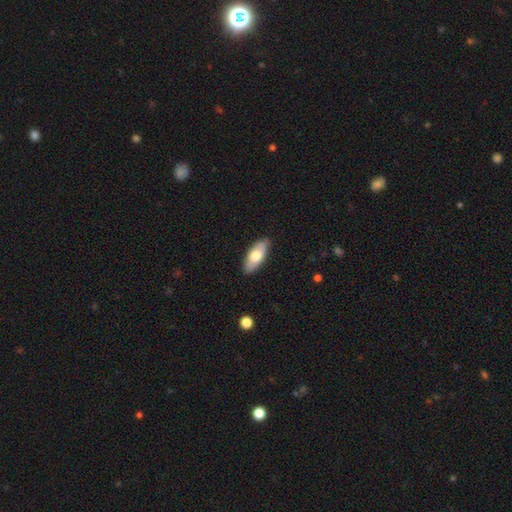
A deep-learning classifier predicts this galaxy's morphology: Smooth or featured: smooth — 65% (featured or disk — 29%)
How rounded: in between — 84% (cigar-shaped — 13%)
Merging: none — 87% (minor disturbance — 10%)